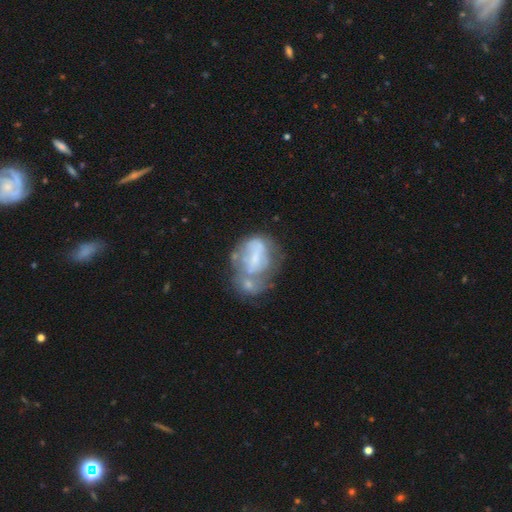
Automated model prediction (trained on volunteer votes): A featured or disk galaxy (57%) with no bar (56%), no spiral arms (71%) and a small central bulge (37%).

Vote fractions:
- Smooth or featured? featured or disk: 57% / smooth: 33% / star or artifact: 10%
- Edge-on disk? no: 97% / yes: 3%
- Bar? no: 56% / weak: 30% / strong: 14%
- Spiral arms? no: 71% / yes: 29%
- Bulge size? small: 37% / none: 36% / moderate: 22% / large: 4% / dominant: 2%
- Merging? merger: 40% / none: 22% / major disturbance: 21% / minor disturbance: 17%